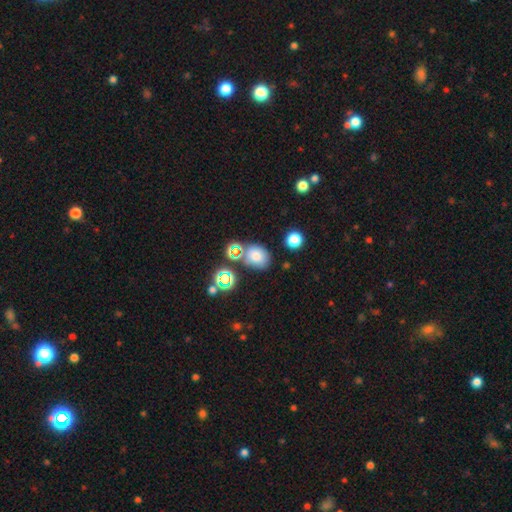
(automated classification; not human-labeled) Smooth or featured: smooth — 71% (star or artifact — 19%)
How rounded: in between — 56% (round — 43%)
Merging: none — 69% (minor disturbance — 14%)